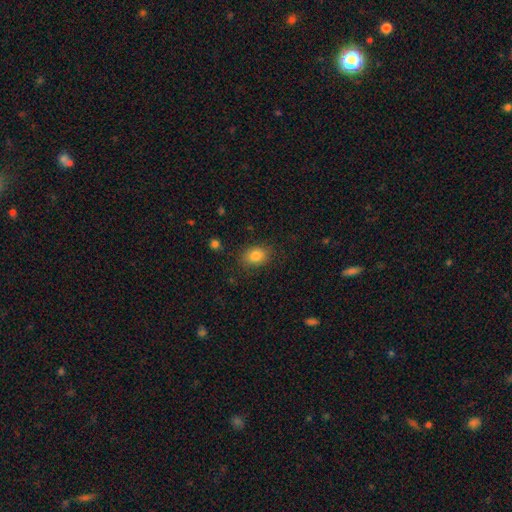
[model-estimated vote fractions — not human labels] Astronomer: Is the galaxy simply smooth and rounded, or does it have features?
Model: smooth — 83%.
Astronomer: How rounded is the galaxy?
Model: in between — 69%.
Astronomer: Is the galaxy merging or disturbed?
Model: none — 84%.